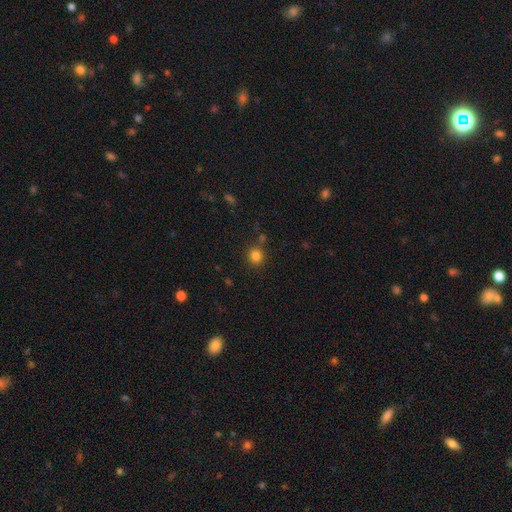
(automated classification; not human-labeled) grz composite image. It shows a smooth galaxy with no disk features (82%) that is round (85%). Merging: none (81%).